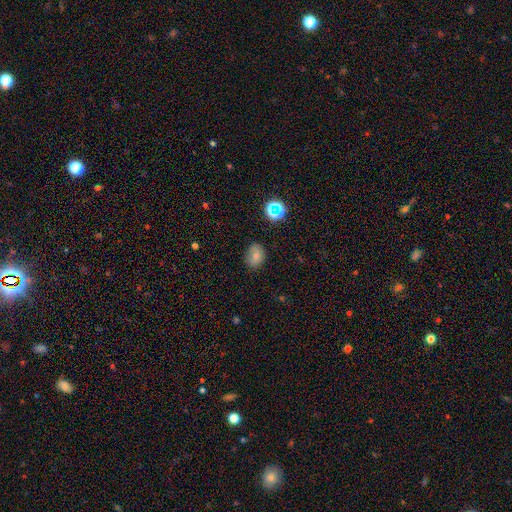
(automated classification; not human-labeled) A smooth galaxy with no disk features (75%) that is in between round and cigar-shaped (63%).

Vote fractions:
- Smooth or featured? smooth: 75% / star or artifact: 15% / featured or disk: 10%
- How rounded? in between: 63% / round: 36% / cigar-shaped: 1%
- Merging? none: 75% / minor disturbance: 19% / major disturbance: 4% / merger: 2%